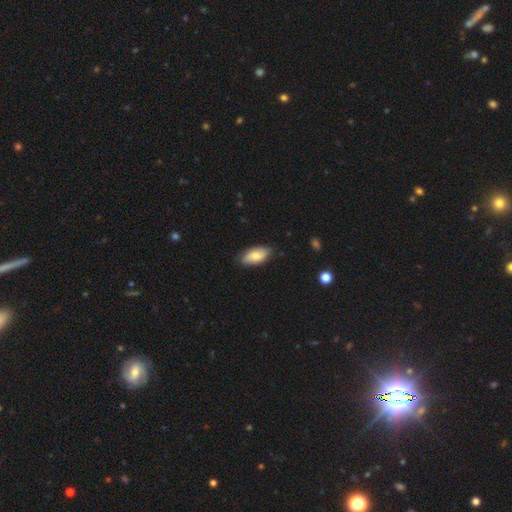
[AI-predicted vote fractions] This is likely a smooth galaxy (67%). How rounded: clearly in between (91%). Merging: clearly none (83%).